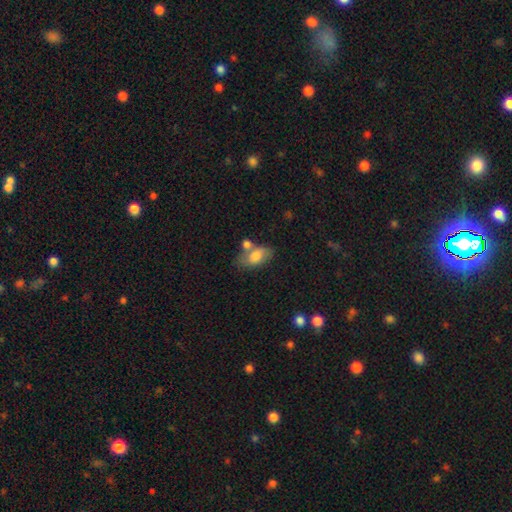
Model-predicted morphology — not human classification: This appears to be a smooth galaxy with no disk features (74%) that is in between round and cigar-shaped (91%). Merging: none (46%).